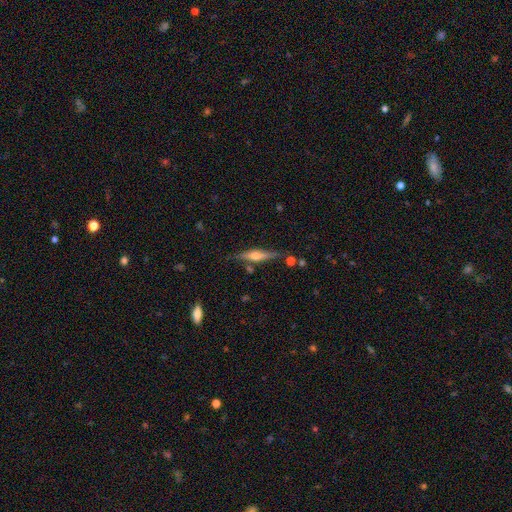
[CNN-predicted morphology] smooth-or-featured: featured or disk: 71% | smooth: 22% | star or artifact: 7%
  disk-edge-on: yes: 96% | no: 4%
    edge-on-bulge: rounded: 90% | boxy: 7% | none: 3%
  merging: none: 81% | minor disturbance: 12% | merger: 4% | major disturbance: 3%